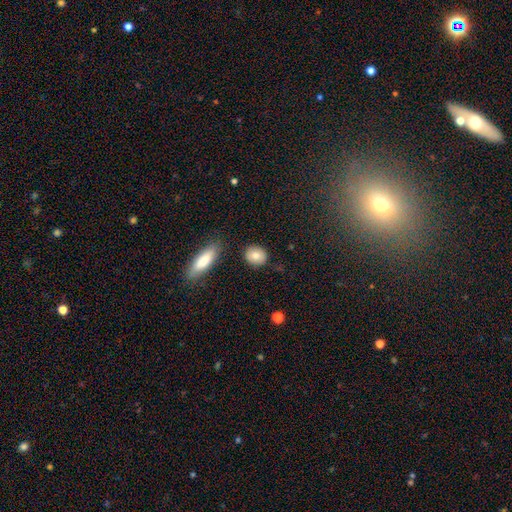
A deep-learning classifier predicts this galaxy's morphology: smooth-or-featured: smooth: 83% | featured or disk: 10% | star or artifact: 8%
  how-rounded: round: 62% | in between: 35% | cigar-shaped: 2%
  merging: none: 85% | minor disturbance: 9% | merger: 3% | major disturbance: 2%